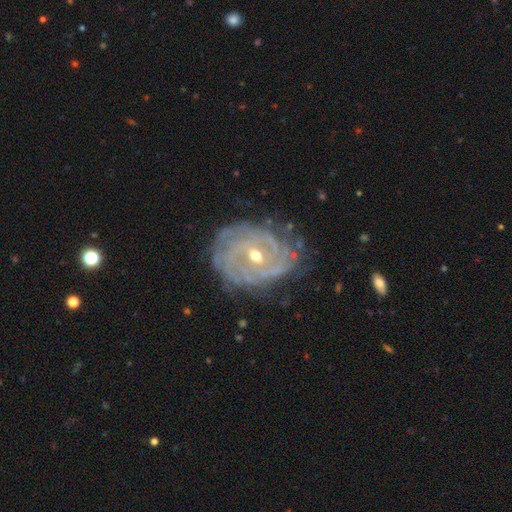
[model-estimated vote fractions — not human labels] Q: Smooth or featured?
A: featured or disk (88%); runner-up: smooth (6%)
Q: Edge-on disk?
A: no (97%); runner-up: yes (3%)
Q: Bar?
A: no (46%); runner-up: weak (40%)
Q: Spiral arms?
A: yes (95%); runner-up: no (5%)
Q: Spiral winding?
A: tight (79%); runner-up: medium (17%)
Q: Spiral arm count?
A: can't tell (33%); runner-up: 4 (19%)
Q: Bulge size?
A: moderate (52%); runner-up: small (45%)
Q: Merging?
A: none (72%); runner-up: minor disturbance (19%)